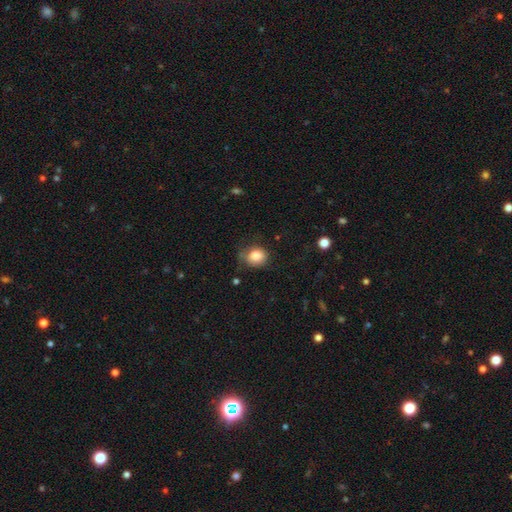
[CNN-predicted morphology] Smooth or featured?
  - smooth: 83% *
  - star or artifact: 9%
  - featured or disk: 8%
How rounded?
  - round: 66% *
  - in between: 33%
  - cigar-shaped: 1%
Merging?
  - none: 58% *
  - minor disturbance: 28%
  - major disturbance: 11%
  - merger: 3%